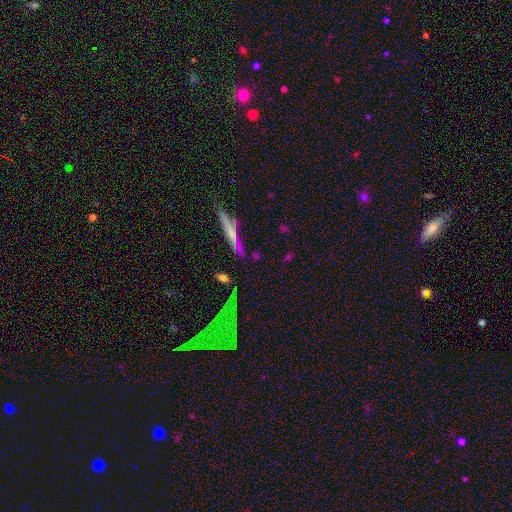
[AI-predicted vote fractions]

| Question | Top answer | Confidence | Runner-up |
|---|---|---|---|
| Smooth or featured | smooth | 57% | featured or disk (30%) |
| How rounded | cigar-shaped | 73% | in between (17%) |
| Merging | none | 70% | minor disturbance (16%) |